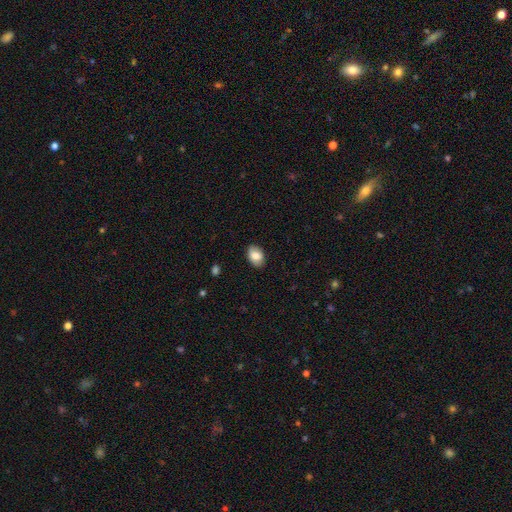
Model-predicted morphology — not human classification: smooth_or_featured: smooth (p=0.81) [alt: featured or disk p=0.12]
how_rounded: in between (p=0.84) [alt: round p=0.15]
merging: none (p=0.87) [alt: minor disturbance p=0.10]